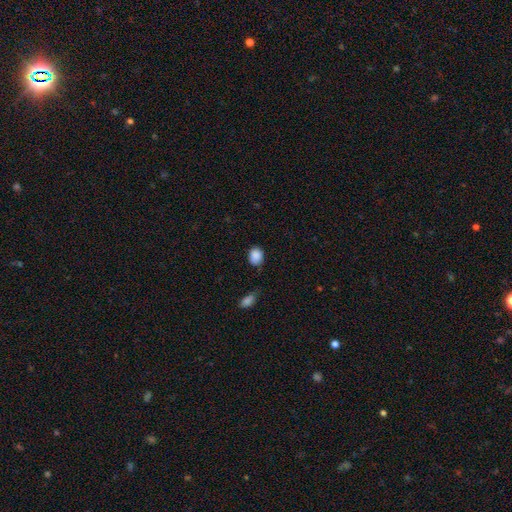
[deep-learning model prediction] Smooth or featured: smooth — 88% (star or artifact — 8%)
How rounded: round — 50% (in between — 49%)
Merging: none — 73% (minor disturbance — 20%)